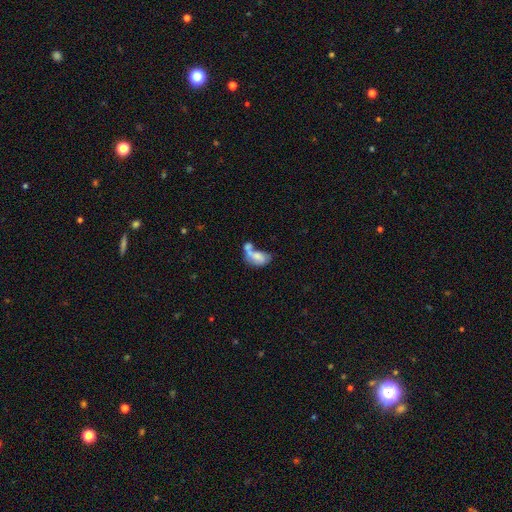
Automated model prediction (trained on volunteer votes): A smooth galaxy with no disk features (59%) that is in between round and cigar-shaped (89%).

Vote fractions:
- Smooth or featured? smooth: 59% / featured or disk: 32% / star or artifact: 9%
- How rounded? in between: 89% / round: 8% / cigar-shaped: 3%
- Merging? merger: 57% / major disturbance: 16% / none: 16% / minor disturbance: 11%